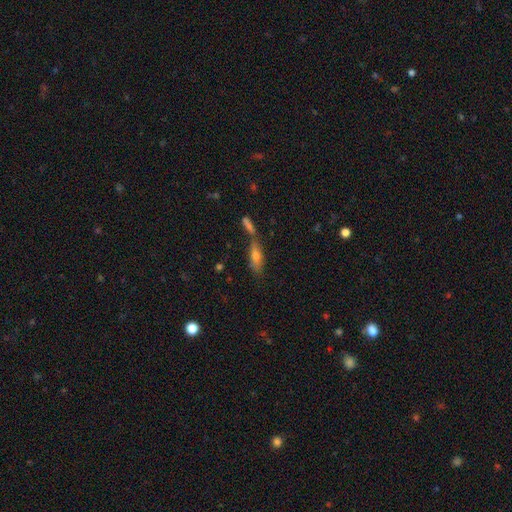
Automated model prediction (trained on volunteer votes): Morphology: type=smooth (58%); roundness=cigar-shaped (50%); merging=none (49%).